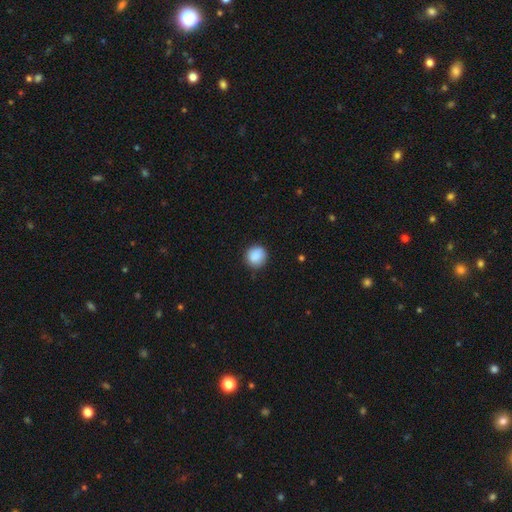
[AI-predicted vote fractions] Smooth or featured?
  - smooth: 89% *
  - star or artifact: 8%
  - featured or disk: 3%
How rounded?
  - round: 89% *
  - in between: 10%
  - cigar-shaped: 1%
Merging?
  - none: 87% *
  - minor disturbance: 9%
  - major disturbance: 2%
  - merger: 1%